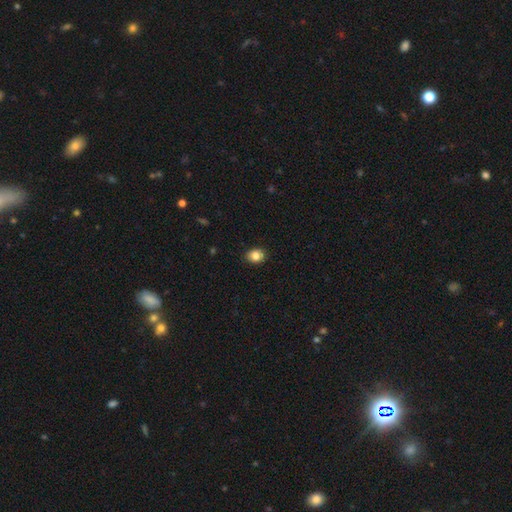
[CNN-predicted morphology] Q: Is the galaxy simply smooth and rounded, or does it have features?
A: smooth — 85%.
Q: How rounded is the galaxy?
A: round — 53%.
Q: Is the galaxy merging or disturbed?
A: none — 90%.